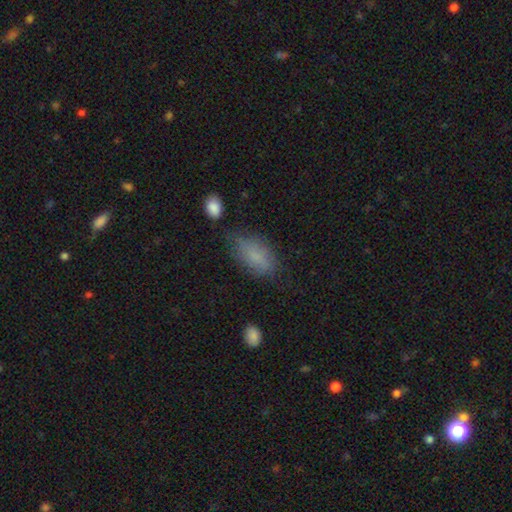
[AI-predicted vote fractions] Smooth or featured? smooth (79%)
How rounded? in between (91%)
Merging? none (60%)